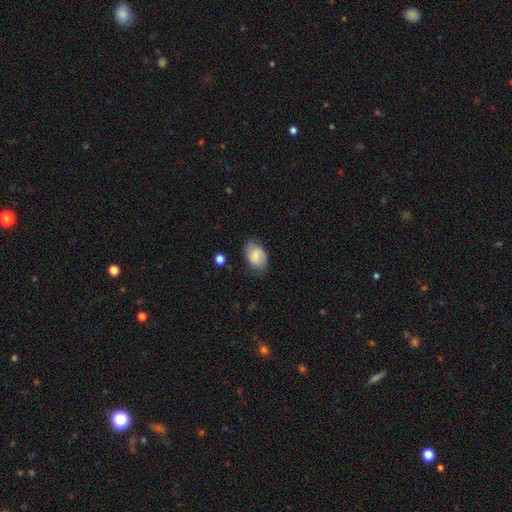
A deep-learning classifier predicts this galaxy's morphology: Q: Smooth or featured?
A: smooth (67%); runner-up: featured or disk (25%)
Q: How rounded?
A: in between (85%); runner-up: round (14%)
Q: Merging?
A: none (70%); runner-up: minor disturbance (23%)